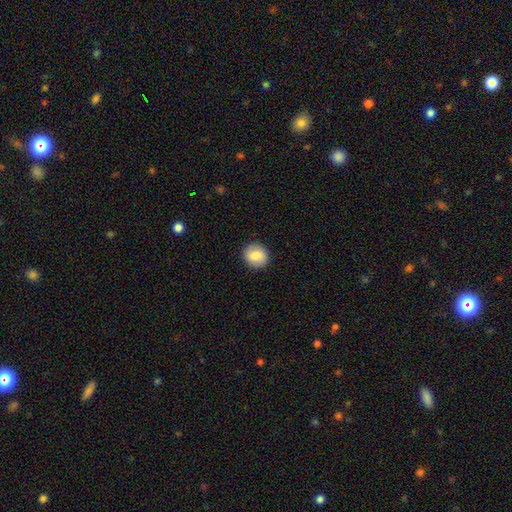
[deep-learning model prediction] A smooth galaxy with no disk features (80%) that is round (87%).

Vote fractions:
- Smooth or featured? smooth: 80% / featured or disk: 12% / star or artifact: 8%
- How rounded? round: 87% / in between: 12% / cigar-shaped: 1%
- Merging? none: 89% / minor disturbance: 8% / major disturbance: 2% / merger: 1%